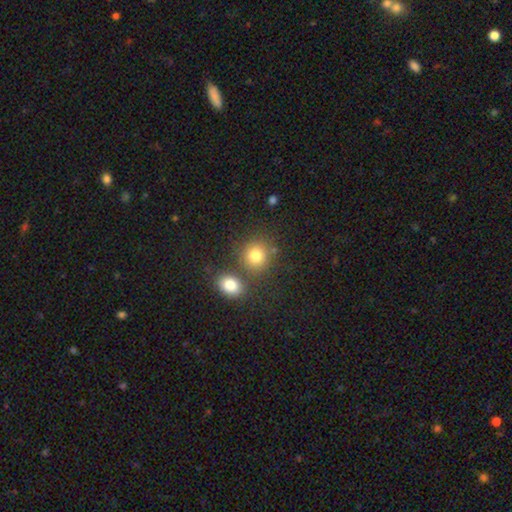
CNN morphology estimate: Overall: smooth (79%). How rounded: round (82%). Merging: none (68%).